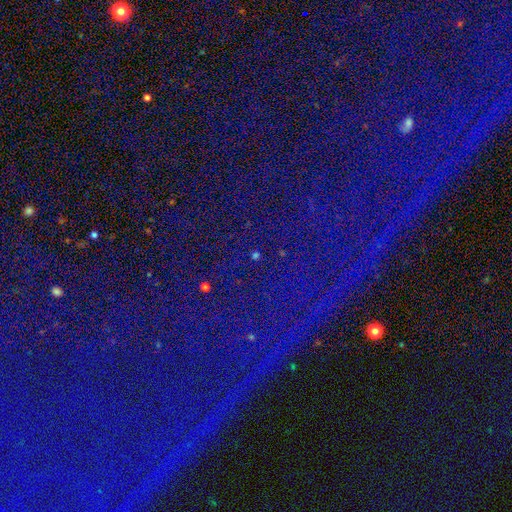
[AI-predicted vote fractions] Smooth or featured? star or artifact (78%)